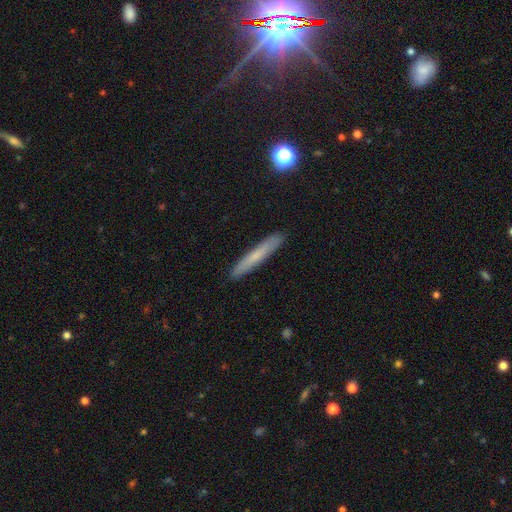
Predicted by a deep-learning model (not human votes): Overall: smooth (64%; featured or disk 29%). How rounded: cigar-shaped (96%). Merging: none (91%).